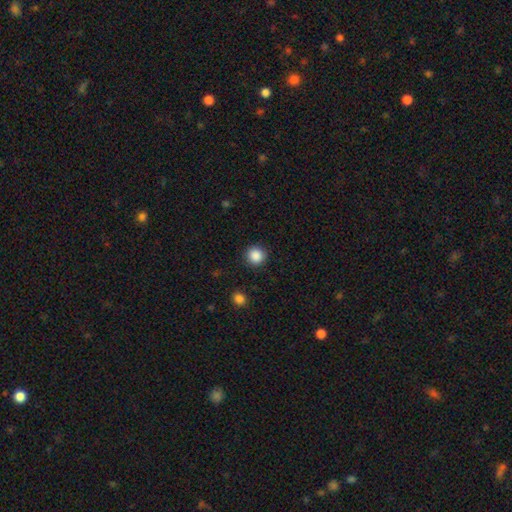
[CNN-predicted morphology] Smooth or featured?
  - smooth: 87% *
  - star or artifact: 10%
  - featured or disk: 3%
How rounded?
  - round: 93% *
  - in between: 6%
  - cigar-shaped: 1%
Merging?
  - none: 90% *
  - minor disturbance: 6%
  - major disturbance: 2%
  - merger: 1%